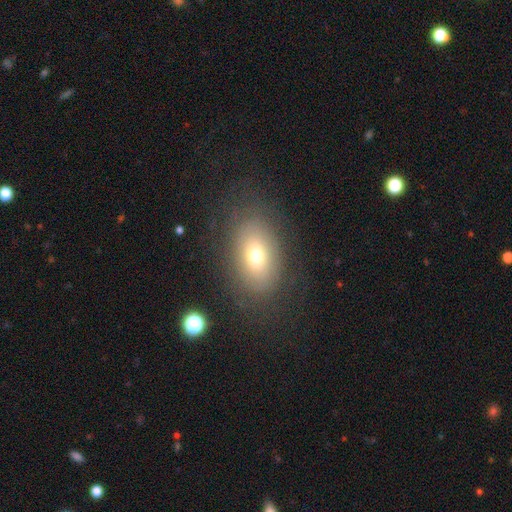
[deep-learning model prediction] smooth 65%, featured or disk 23%, star or artifact 12%. Down the decision tree: how rounded — in between (85%); merging — none (78%).